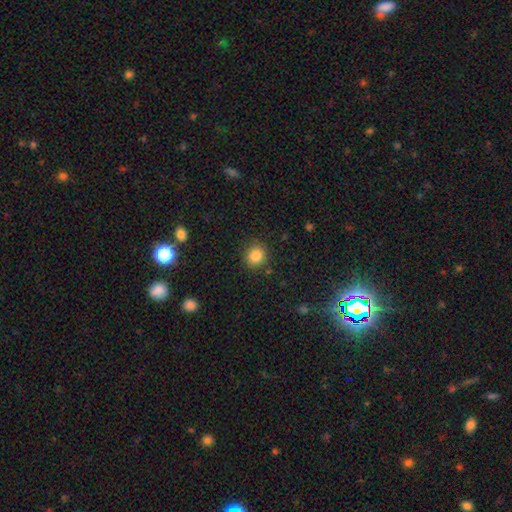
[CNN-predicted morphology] A smooth galaxy with no disk features (84%) that is round (84%).

Vote fractions:
- Smooth or featured? smooth: 84% / star or artifact: 11% / featured or disk: 5%
- How rounded? round: 84% / in between: 16% / cigar-shaped: 1%
- Merging? none: 87% / minor disturbance: 8% / major disturbance: 3% / merger: 2%